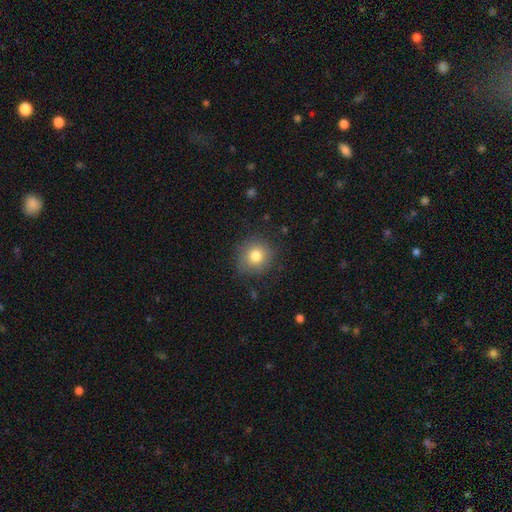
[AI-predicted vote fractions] Smooth or featured?
  - smooth: 79% *
  - star or artifact: 11%
  - featured or disk: 10%
How rounded?
  - round: 90% *
  - in between: 10%
  - cigar-shaped: 1%
Merging?
  - none: 83% *
  - minor disturbance: 12%
  - major disturbance: 4%
  - merger: 1%